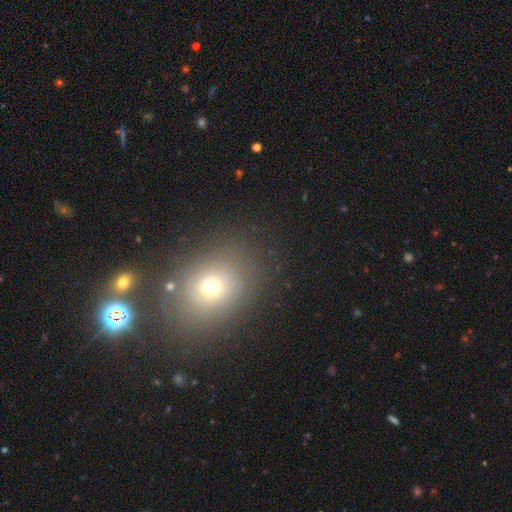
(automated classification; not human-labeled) Smooth or featured? Predicted: smooth (p=0.60). How rounded? Predicted: round (p=0.51). Merging? Predicted: none (p=0.81).